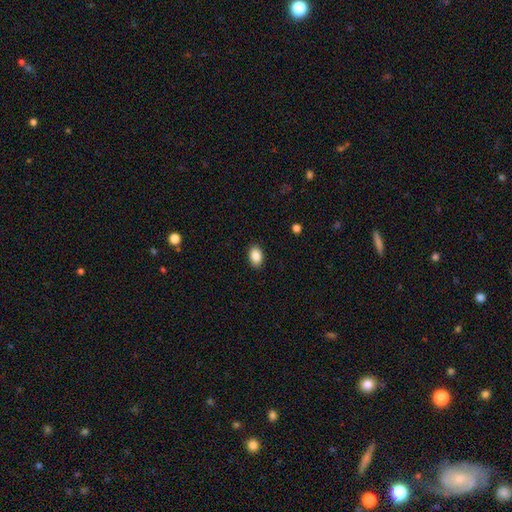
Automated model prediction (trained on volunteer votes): Smooth or featured? Predicted: smooth (p=0.88). How rounded? Predicted: in between (p=0.87). Merging? Predicted: none (p=0.88).